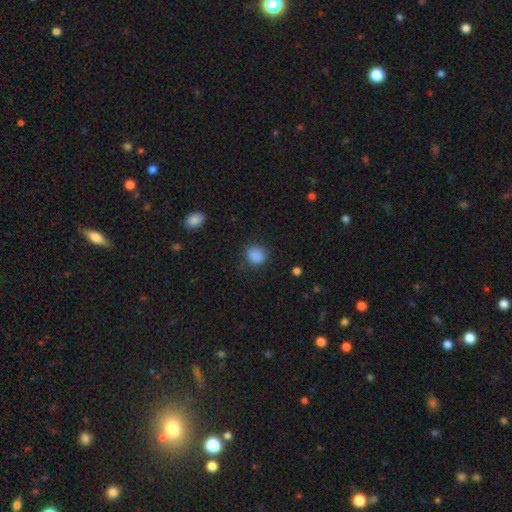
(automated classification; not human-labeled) Smooth or featured: smooth — 87% (star or artifact — 10%)
How rounded: round — 79% (in between — 20%)
Merging: none — 84% (minor disturbance — 11%)